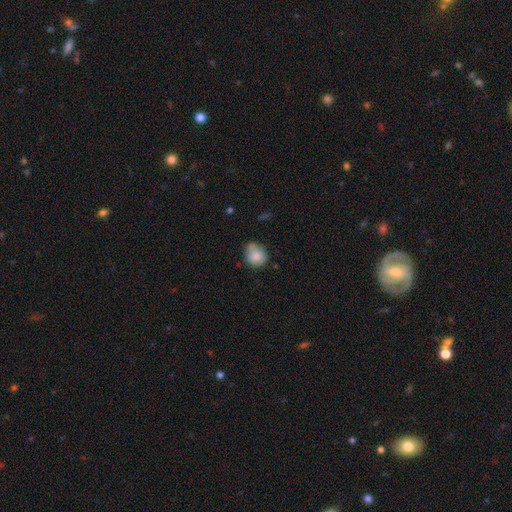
A smooth galaxy with no disk features (85%) that is round (88%).

Vote fractions:
- Smooth or featured? smooth: 85% / star or artifact: 10% / featured or disk: 5%
- How rounded? round: 88% / in between: 12% / cigar-shaped: 0%
- Merging? none: 63% / minor disturbance: 29% / merger: 6% / major disturbance: 3%